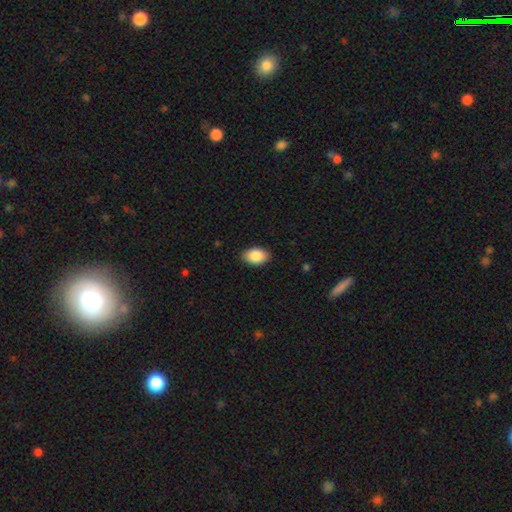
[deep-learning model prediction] A smooth galaxy with no disk features (88%) that is in between round and cigar-shaped (90%).

Vote fractions:
- Smooth or featured? smooth: 88% / star or artifact: 7% / featured or disk: 5%
- How rounded? in between: 90% / round: 9% / cigar-shaped: 1%
- Merging? none: 87% / minor disturbance: 10% / major disturbance: 2% / merger: 1%